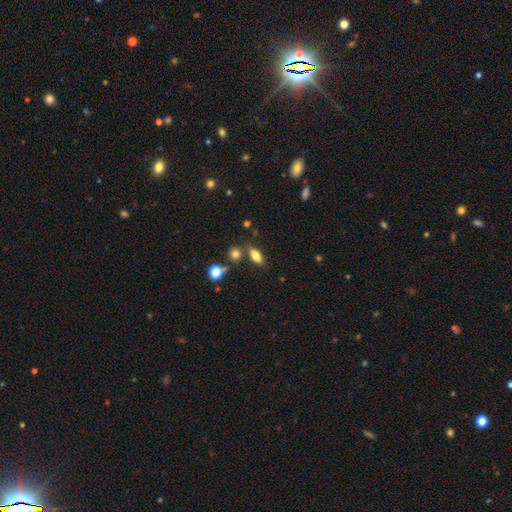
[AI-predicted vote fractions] This is likely a smooth galaxy (79%). How rounded: clearly in between (84%). Merging: likely none (74%).